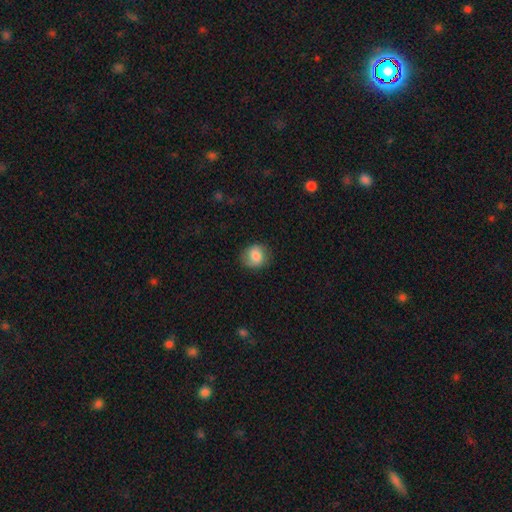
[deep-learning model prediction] Morphology: type=smooth (83%); roundness=round (78%); merging=none (80%).